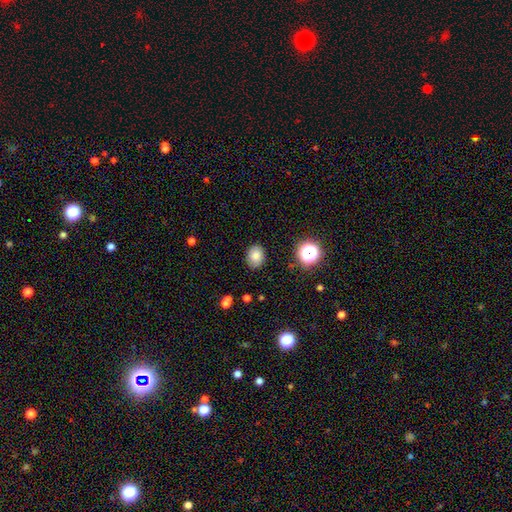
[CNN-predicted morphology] Smooth or featured? smooth (79%)
How rounded? in between (52%)
Merging? none (82%)